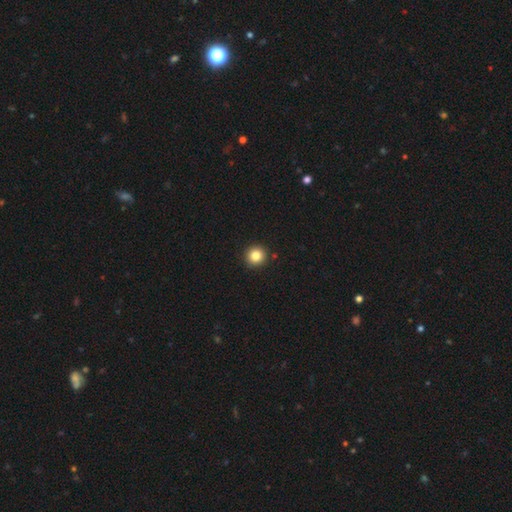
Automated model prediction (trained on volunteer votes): smooth 84%, star or artifact 11%, featured or disk 5%. Down the decision tree: how rounded — round (95%); merging — none (92%).